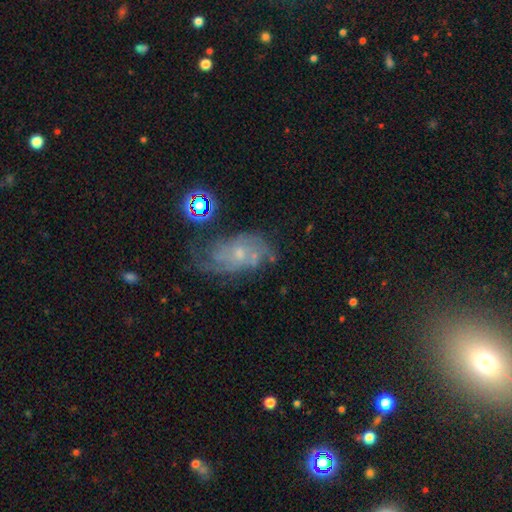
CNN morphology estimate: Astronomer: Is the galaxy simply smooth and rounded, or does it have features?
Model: featured or disk — 66%.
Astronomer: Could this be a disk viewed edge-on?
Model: no — 96%.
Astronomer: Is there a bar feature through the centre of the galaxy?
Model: no — 74%.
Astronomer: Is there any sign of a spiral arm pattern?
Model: yes — 80%.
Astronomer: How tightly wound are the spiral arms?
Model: medium — 39%, tied with tight at 39%.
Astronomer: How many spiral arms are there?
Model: can't tell — 46% (runner-up: 2, 24%).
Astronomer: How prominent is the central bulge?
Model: small — 61%.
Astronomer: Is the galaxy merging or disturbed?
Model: none — 43% (runner-up: minor disturbance, 26%).